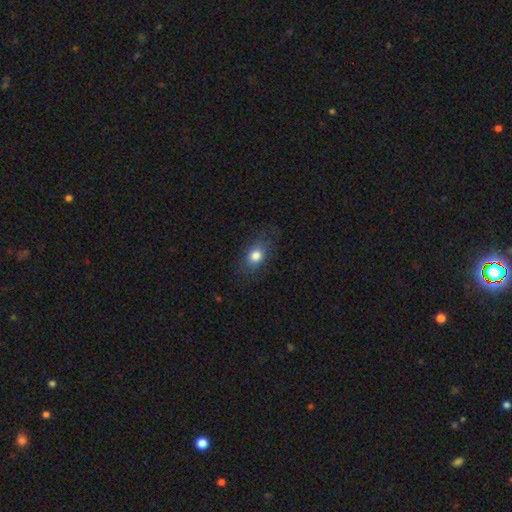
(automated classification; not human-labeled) A smooth galaxy with no disk features (79%) that is in between round and cigar-shaped (67%). Merging: none (75%).